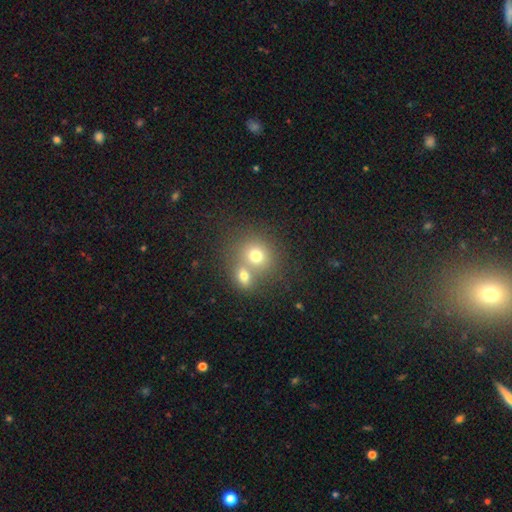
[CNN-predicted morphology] Smooth or featured?
  - smooth: 72% *
  - star or artifact: 14%
  - featured or disk: 14%
How rounded?
  - round: 77% *
  - in between: 22%
  - cigar-shaped: 1%
Merging?
  - merger: 51% *
  - none: 39%
  - minor disturbance: 7%
  - major disturbance: 3%